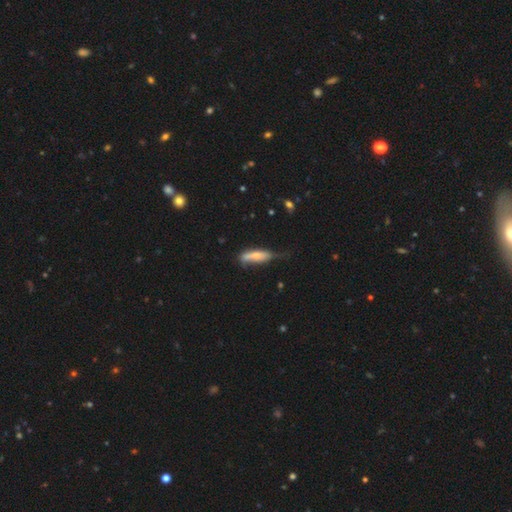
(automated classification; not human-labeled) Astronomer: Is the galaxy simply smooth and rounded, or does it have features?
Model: smooth — 58% (runner-up: featured or disk, 35%).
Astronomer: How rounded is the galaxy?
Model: cigar-shaped — 60% (runner-up: in between, 38%).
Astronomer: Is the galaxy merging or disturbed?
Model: none — 40% (runner-up: minor disturbance, 38%).